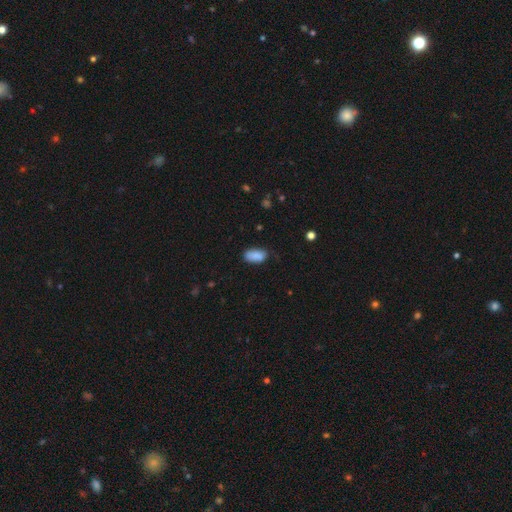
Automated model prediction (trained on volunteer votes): A smooth galaxy with no disk features (87%) that is in between round and cigar-shaped (92%). Merging: none (67%).